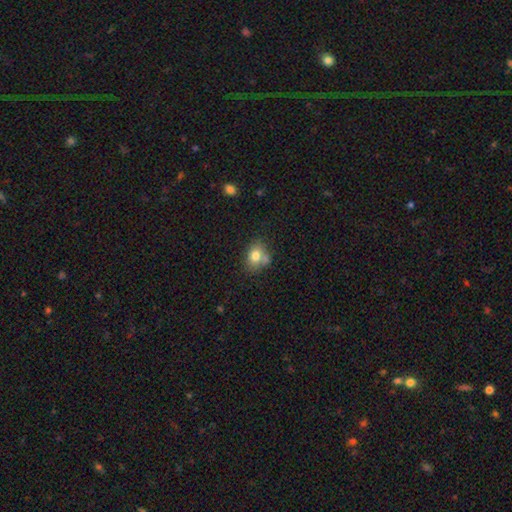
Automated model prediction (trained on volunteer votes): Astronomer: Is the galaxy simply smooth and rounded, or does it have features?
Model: smooth — 77%.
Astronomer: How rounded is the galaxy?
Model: in between — 54% (runner-up: round, 45%).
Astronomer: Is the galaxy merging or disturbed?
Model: none — 54%.